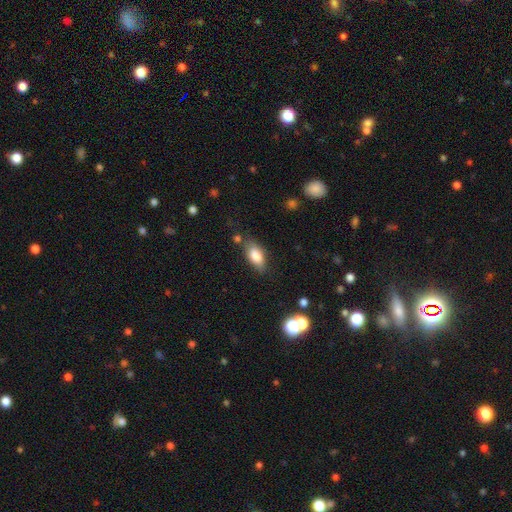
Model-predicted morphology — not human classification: smooth_or_featured: smooth (p=0.81) [alt: featured or disk p=0.11]
how_rounded: in between (p=0.87) [alt: cigar-shaped p=0.09]
merging: none (p=0.68) [alt: minor disturbance p=0.21]